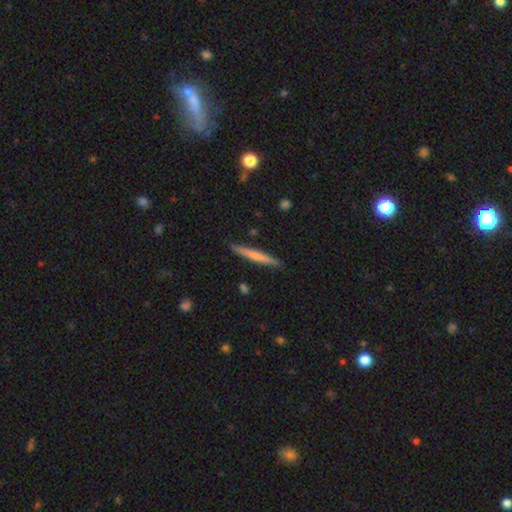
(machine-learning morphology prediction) smooth 57%, featured or disk 38%, star or artifact 6%. Down the decision tree: how rounded — cigar-shaped (96%); merging — none (89%).